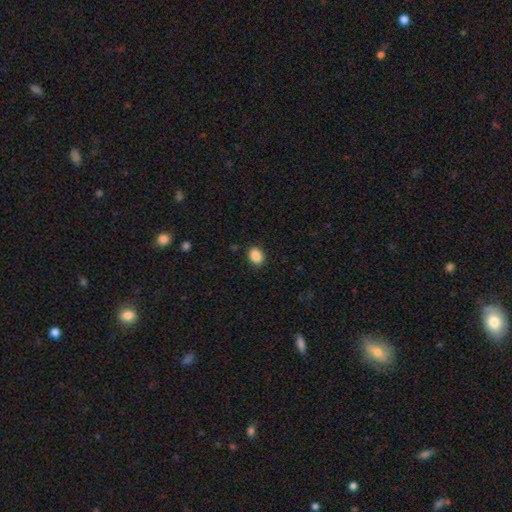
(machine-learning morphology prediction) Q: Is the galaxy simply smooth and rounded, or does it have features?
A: smooth — 89%.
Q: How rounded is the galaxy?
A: in between — 69%.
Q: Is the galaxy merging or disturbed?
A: none — 88%.